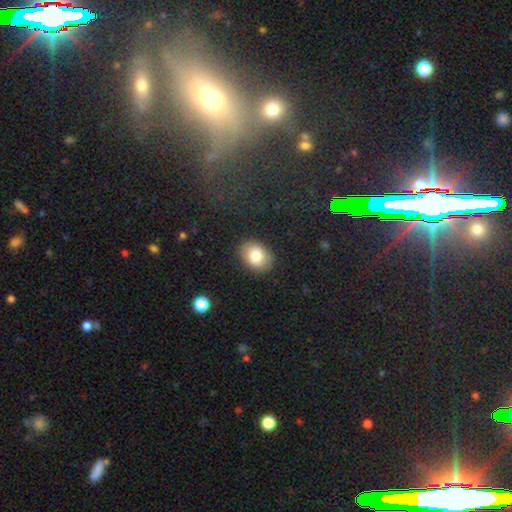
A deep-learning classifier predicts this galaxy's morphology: smooth-or-featured: smooth: 81% | featured or disk: 11% | star or artifact: 8%
  how-rounded: in between: 71% | round: 28% | cigar-shaped: 1%
  merging: none: 88% | minor disturbance: 8% | major disturbance: 2% | merger: 1%